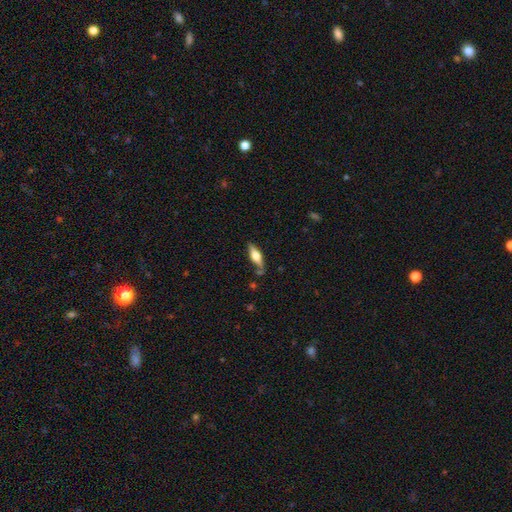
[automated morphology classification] A featured or disk galaxy (60%) viewed edge-on (94%) with a rounded central bulge (91%). Merging: none (78%).